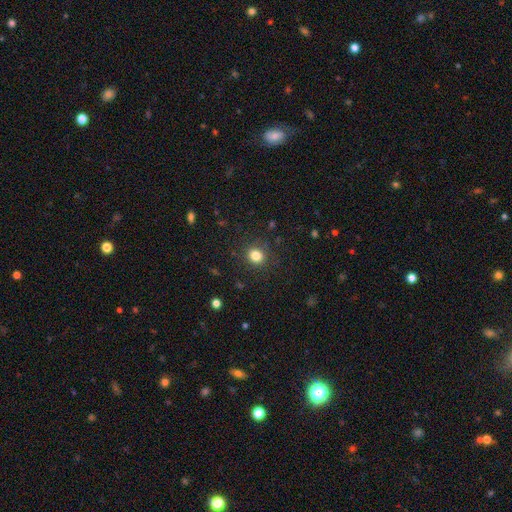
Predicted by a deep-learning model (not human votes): This is clearly a smooth galaxy (82%). How rounded: likely round (79%). Merging: clearly none (86%).